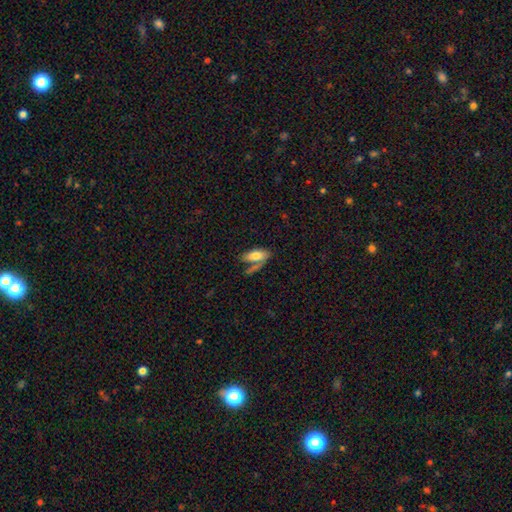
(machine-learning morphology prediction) Overall: smooth (73%). How rounded: in between (83%). Merging: none (47%; merger 25%).